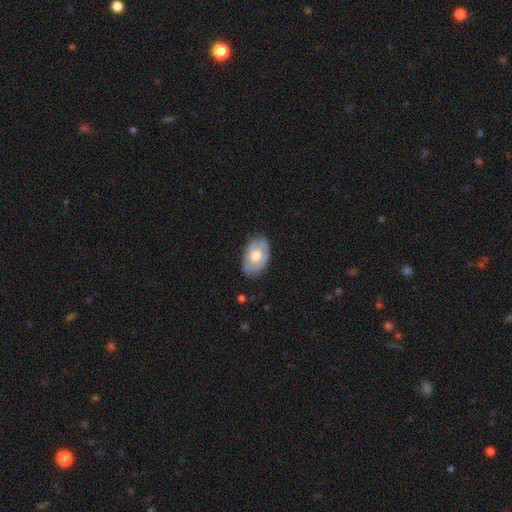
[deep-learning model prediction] Q: Smooth or featured?
A: smooth (51%); runner-up: featured or disk (43%)
Q: How rounded?
A: in between (86%); runner-up: round (13%)
Q: Merging?
A: none (78%); runner-up: minor disturbance (18%)